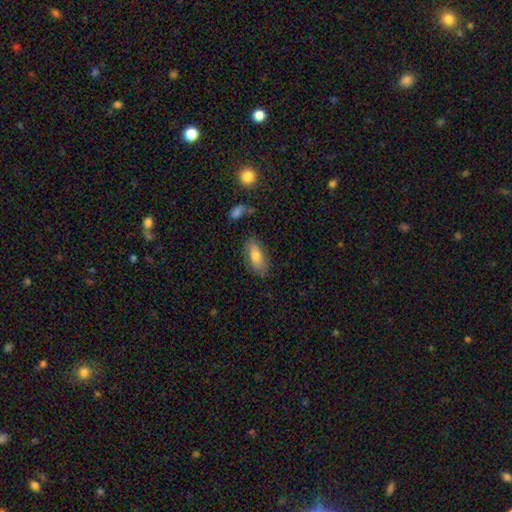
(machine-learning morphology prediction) A smooth galaxy with no disk features (72%) that is in between round and cigar-shaped (80%). Merging: none (79%).